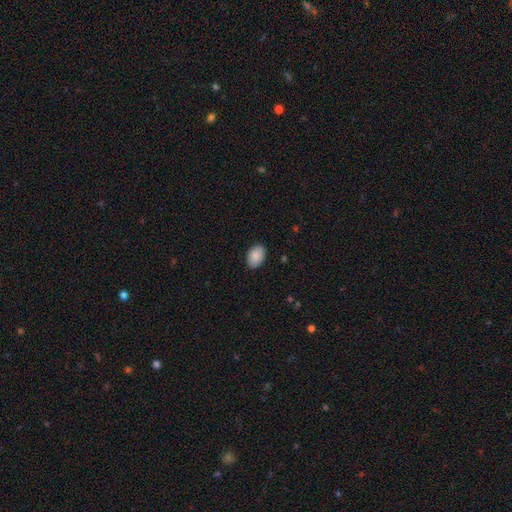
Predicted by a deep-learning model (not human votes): smooth_or_featured: smooth (p=0.89) [alt: star or artifact p=0.07]
how_rounded: in between (p=0.90) [alt: round p=0.08]
merging: none (p=0.86) [alt: minor disturbance p=0.10]